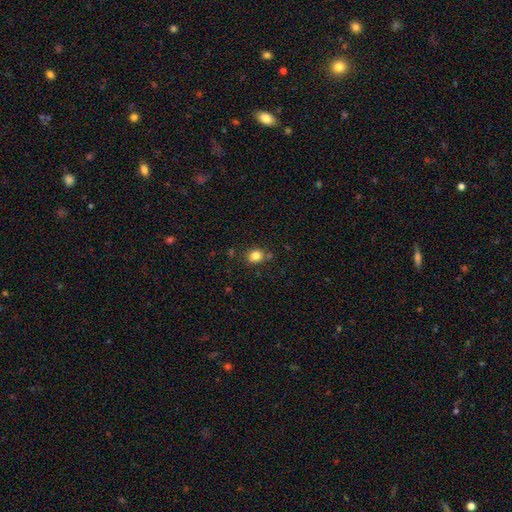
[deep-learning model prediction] This is clearly a smooth galaxy (82%). How rounded: likely round (63%). Merging: likely none (78%).